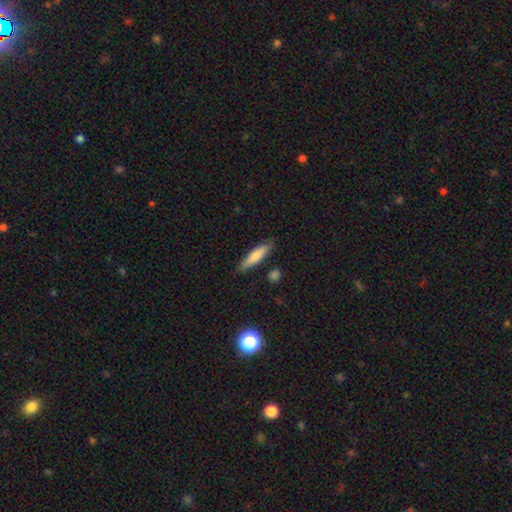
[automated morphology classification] smooth-or-featured: smooth: 70% | featured or disk: 24% | star or artifact: 6%
  how-rounded: cigar-shaped: 80% | in between: 18% | round: 2%
  merging: none: 84% | minor disturbance: 12% | major disturbance: 2% | merger: 2%